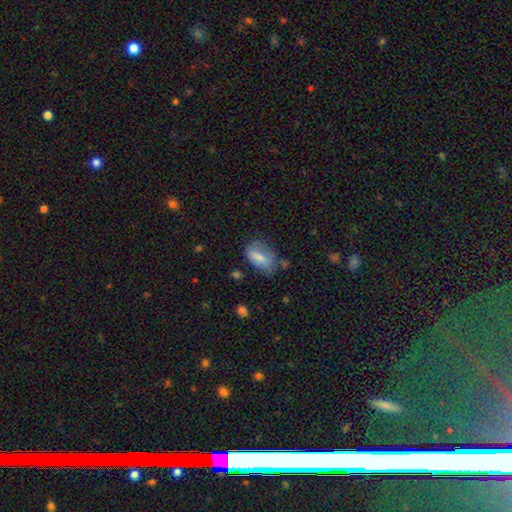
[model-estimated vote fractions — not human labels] The model was most divided on "merging": none: 57%, minor disturbance: 29%, major disturbance: 10%, merger: 4%. More confident: how rounded — in between (86%); smooth or featured — smooth (65%).